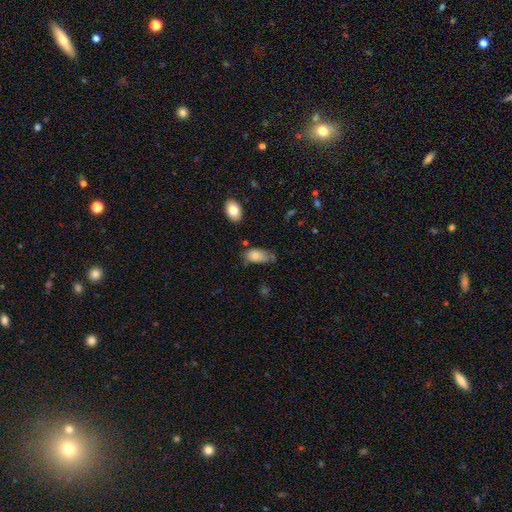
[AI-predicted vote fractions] This appears to be a smooth galaxy with no disk features (81%) that is in between round and cigar-shaped (92%). Merging: none (39%, tied with minor disturbance).